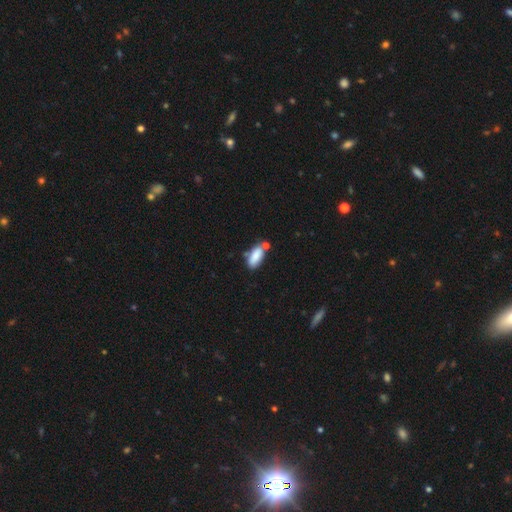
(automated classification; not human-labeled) Smooth or featured? smooth (85%)
How rounded? in between (85%)
Merging? none (54%)